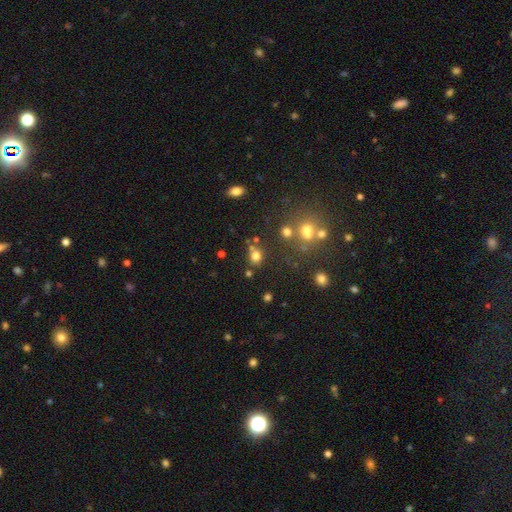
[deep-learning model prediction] This is likely a smooth galaxy (74%). How rounded: likely round (67%). Merging: likely none (68%).